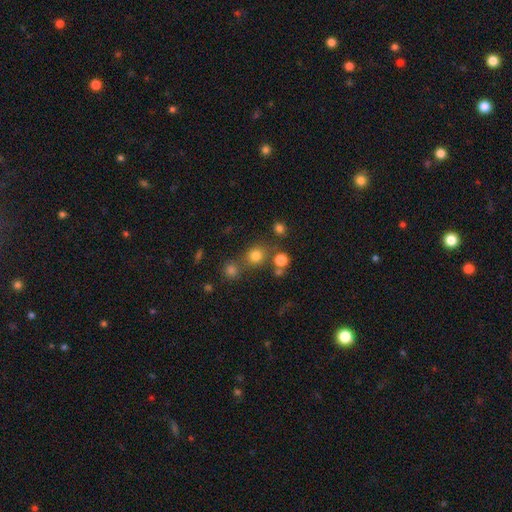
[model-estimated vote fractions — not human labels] Overall: smooth (76%). How rounded: round (85%). Merging: none (68%).